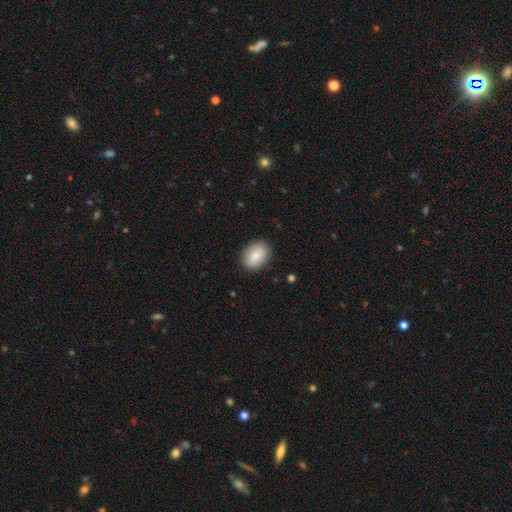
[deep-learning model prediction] Overall: smooth (81%). How rounded: in between (71%). Merging: none (88%).